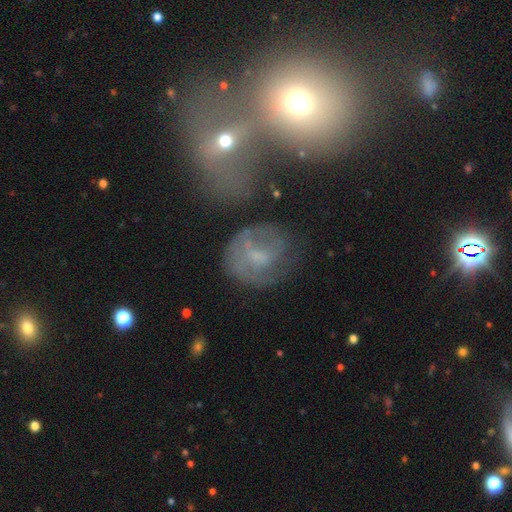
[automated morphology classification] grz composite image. It shows a featured or disk galaxy (55%) with no bar (50%), spiral arms (62%) and a small central bulge (42%). Merging: none (52%).